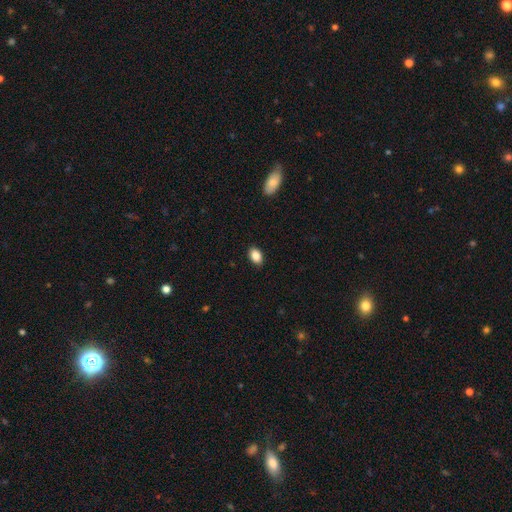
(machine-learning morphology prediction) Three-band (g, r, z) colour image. It shows a smooth galaxy with no disk features (87%) that is in between round and cigar-shaped (86%). Merging: none (90%).